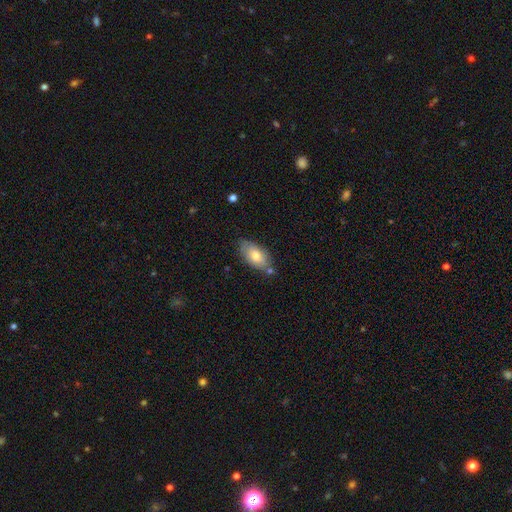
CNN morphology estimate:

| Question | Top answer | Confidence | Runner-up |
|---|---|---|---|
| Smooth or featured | smooth | 75% | featured or disk (19%) |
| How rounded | in between | 91% | cigar-shaped (5%) |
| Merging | none | 71% | minor disturbance (18%) |